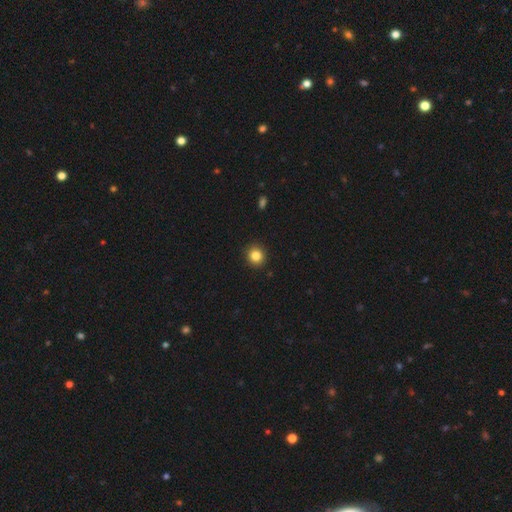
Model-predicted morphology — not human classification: type=smooth (84%); roundness=round (89%); merging=none (92%).